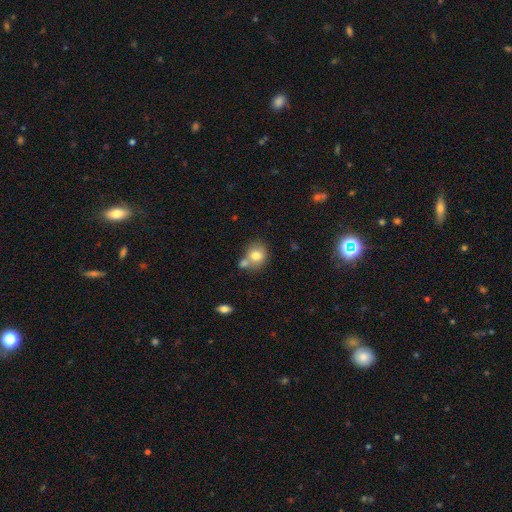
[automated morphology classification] Smooth or featured?
  - smooth: 77% *
  - featured or disk: 14%
  - star or artifact: 9%
How rounded?
  - round: 70% *
  - in between: 30%
  - cigar-shaped: 1%
Merging?
  - none: 47% *
  - merger: 37%
  - minor disturbance: 13%
  - major disturbance: 4%